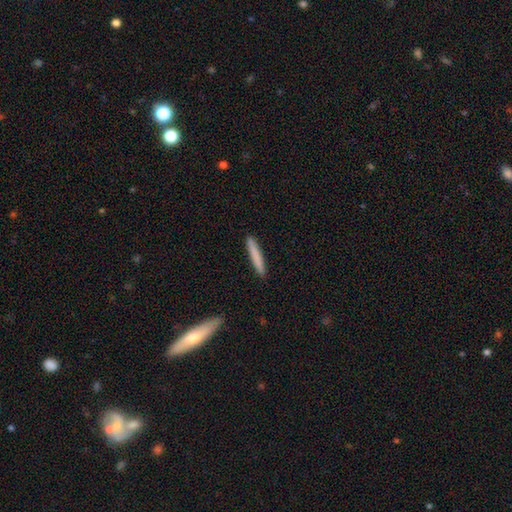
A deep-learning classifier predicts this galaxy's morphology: smooth-or-featured: smooth: 78% | featured or disk: 16% | star or artifact: 6%
  how-rounded: cigar-shaped: 96% | in between: 3% | round: 1%
  merging: none: 92% | minor disturbance: 6% | major disturbance: 1% | merger: 1%